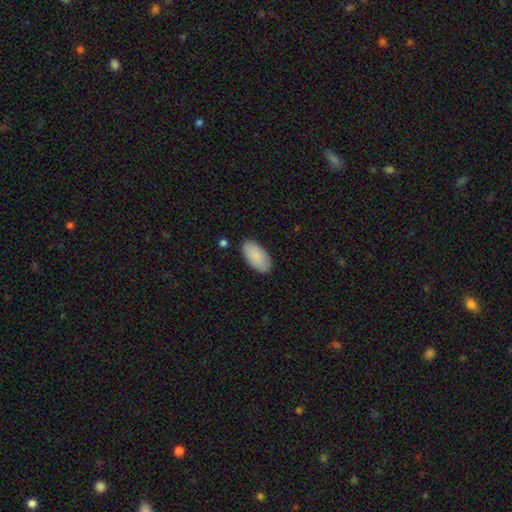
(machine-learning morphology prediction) Overall: smooth (88%). How rounded: in between (95%). Merging: none (85%).